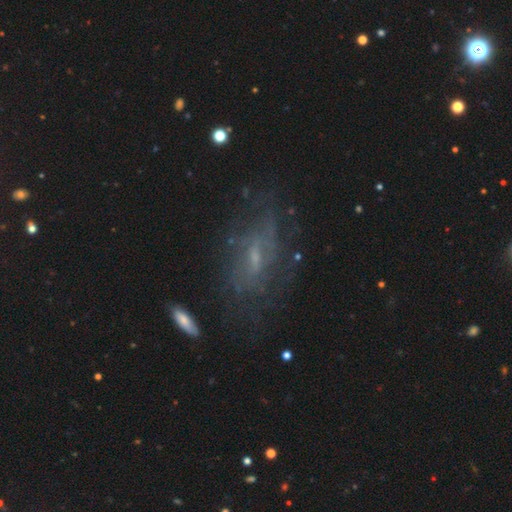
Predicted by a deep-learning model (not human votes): Smooth or featured? Predicted: featured or disk (p=0.68). Edge-on disk? Predicted: no (p=0.88). Bar? Predicted: weak (p=0.45). Spiral arms? Predicted: yes (p=0.65). Bulge size? Predicted: small (p=0.59). Merging? Predicted: none (p=0.62).